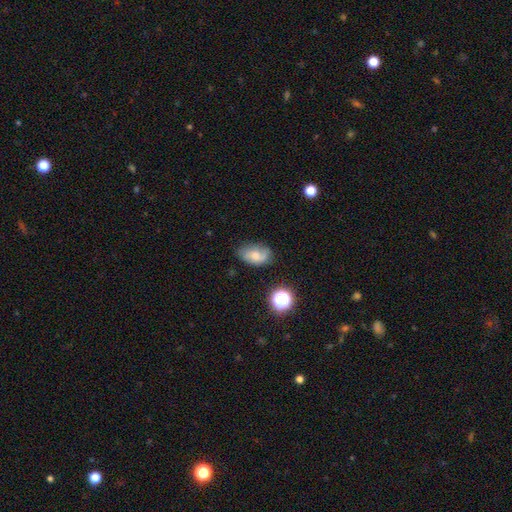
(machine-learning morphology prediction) smooth 60%, featured or disk 28%, star or artifact 12%. Down the decision tree: how rounded — in between (85%); merging — none (57%).